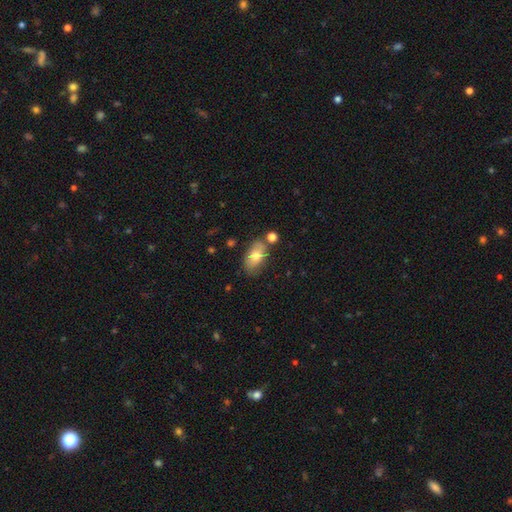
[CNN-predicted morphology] This appears to be a smooth galaxy with no disk features (72%) that is in between round and cigar-shaped (90%). Merging: none (68%).